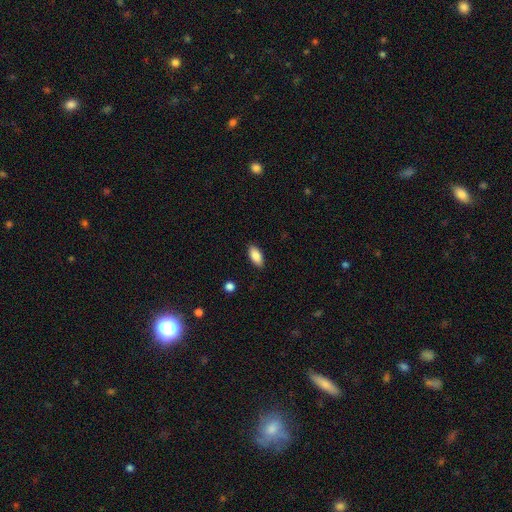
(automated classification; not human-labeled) Smooth or featured? Predicted: smooth (p=0.86). How rounded? Predicted: in between (p=0.88). Merging? Predicted: none (p=0.88).